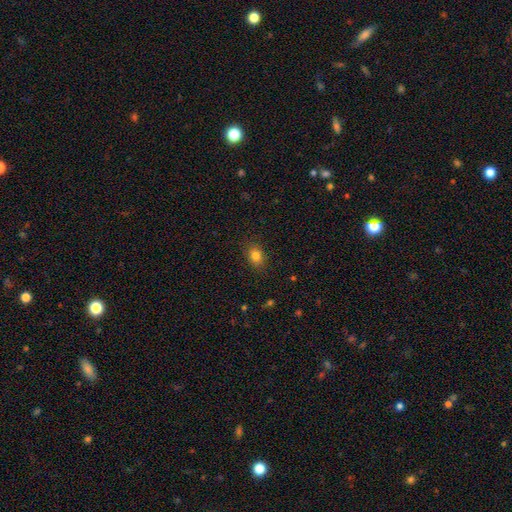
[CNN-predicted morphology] Smooth or featured? smooth (81%)
How rounded? in between (62%)
Merging? none (85%)